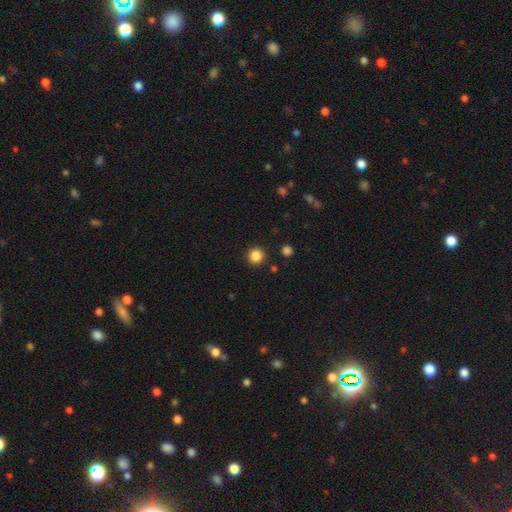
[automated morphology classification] smooth-or-featured: smooth: 85% | star or artifact: 12% | featured or disk: 4%
  how-rounded: round: 93% | in between: 6% | cigar-shaped: 1%
  merging: none: 91% | minor disturbance: 5% | merger: 2% | major disturbance: 2%